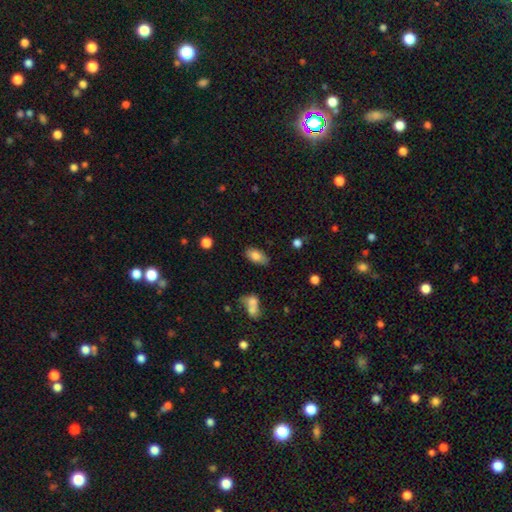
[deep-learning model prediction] smooth 81%, featured or disk 11%, star or artifact 8%. Down the decision tree: how rounded — in between (92%); merging — none (77%).